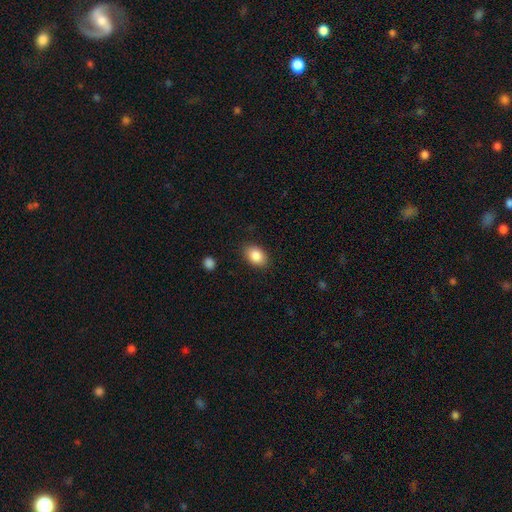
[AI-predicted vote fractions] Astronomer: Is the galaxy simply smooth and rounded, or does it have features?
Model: smooth — 87%.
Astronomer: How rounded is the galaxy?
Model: in between — 81%.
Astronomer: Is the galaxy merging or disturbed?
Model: none — 86%.